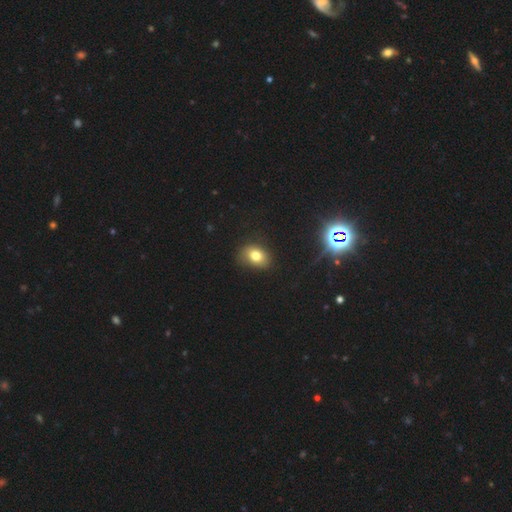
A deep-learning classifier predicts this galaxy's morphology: Smooth or featured? Predicted: smooth (p=0.76). How rounded? Predicted: in between (p=0.65). Merging? Predicted: none (p=0.76).